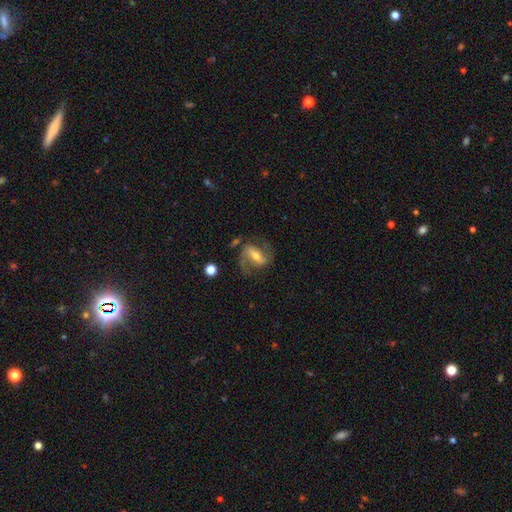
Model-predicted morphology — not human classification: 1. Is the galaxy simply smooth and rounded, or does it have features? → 80% featured or disk, 14% smooth, 7% star or artifact.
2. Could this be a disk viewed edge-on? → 95% no, 5% yes.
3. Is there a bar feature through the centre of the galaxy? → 53% strong, 32% weak, 15% no.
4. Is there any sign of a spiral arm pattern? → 92% yes, 8% no.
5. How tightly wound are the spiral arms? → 48% medium, 34% loose, 17% tight.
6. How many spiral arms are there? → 85% 2, 7% 1, 5% can't tell, 1% 3, 1% 4, 1% more than 4.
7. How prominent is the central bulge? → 51% moderate, 40% small, 5% large, 3% none, 1% dominant.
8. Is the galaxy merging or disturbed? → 66% none, 17% minor disturbance, 14% major disturbance, 3% merger.